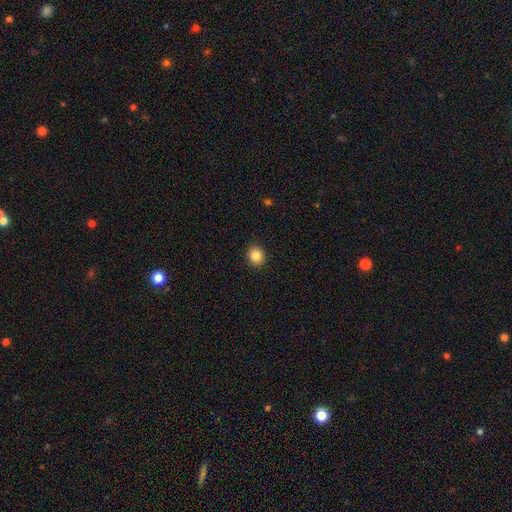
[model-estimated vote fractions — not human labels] A smooth galaxy with no disk features (86%) that is round (72%).

Vote fractions:
- Smooth or featured? smooth: 86% / star or artifact: 10% / featured or disk: 5%
- How rounded? round: 72% / in between: 27% / cigar-shaped: 1%
- Merging? none: 91% / minor disturbance: 6% / major disturbance: 2% / merger: 1%